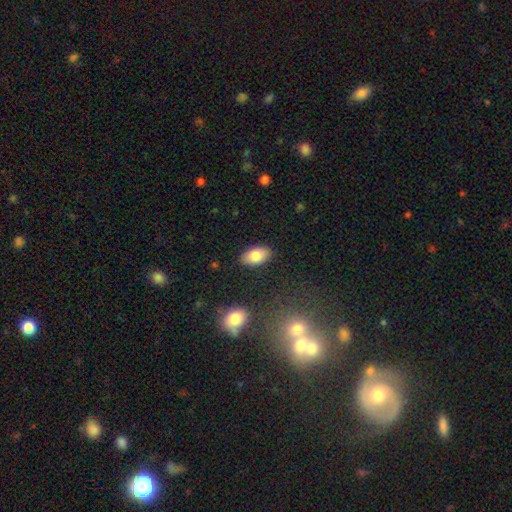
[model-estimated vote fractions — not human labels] smooth-or-featured: smooth: 83% | featured or disk: 10% | star or artifact: 7%
  how-rounded: in between: 94% | round: 4% | cigar-shaped: 2%
  merging: none: 87% | minor disturbance: 10% | major disturbance: 2% | merger: 1%